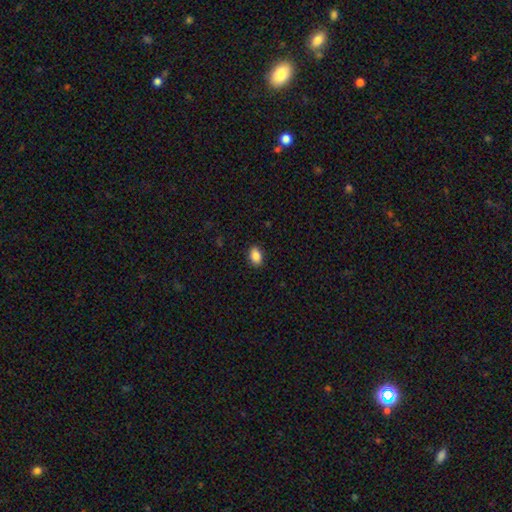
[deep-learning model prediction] Overall: smooth (88%). How rounded: in between (85%). Merging: none (89%).